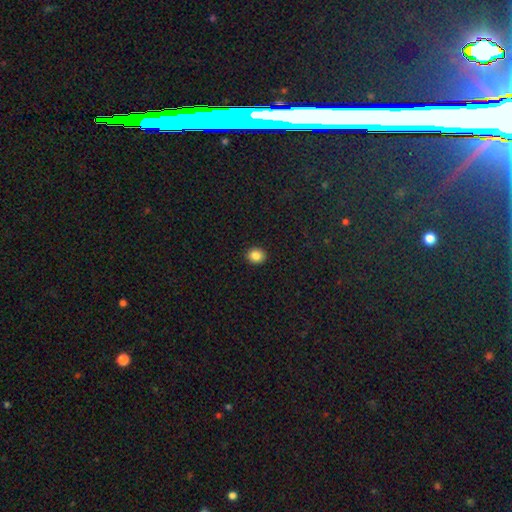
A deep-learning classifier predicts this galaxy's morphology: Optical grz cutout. It shows a smooth galaxy with no disk features (86%) that is round (73%). Merging: none (92%).